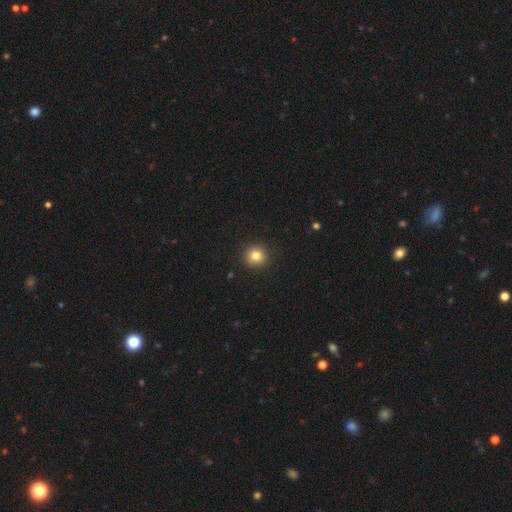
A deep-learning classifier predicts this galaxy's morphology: Smooth or featured? Predicted: smooth (p=0.82). How rounded? Predicted: round (p=0.92). Merging? Predicted: none (p=0.91).